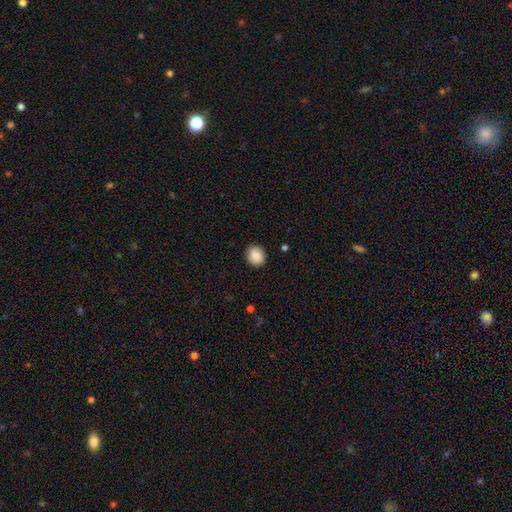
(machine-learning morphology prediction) Overall: smooth (88%). How rounded: round (70%). Merging: none (87%).